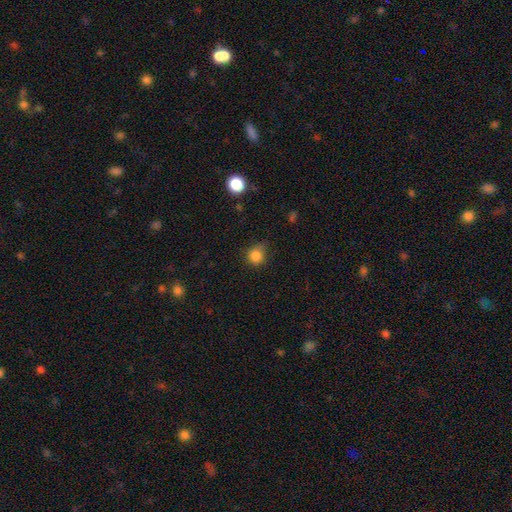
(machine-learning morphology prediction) Smooth or featured? Predicted: smooth (p=0.83). How rounded? Predicted: round (p=0.83). Merging? Predicted: none (p=0.65).